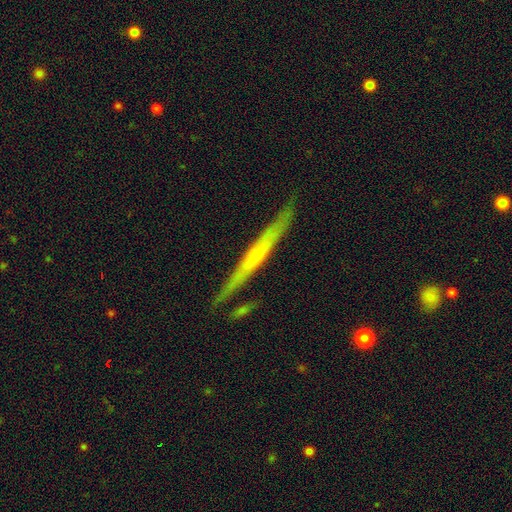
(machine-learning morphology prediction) Q: Smooth or featured?
A: featured or disk (57%); runner-up: smooth (38%)
Q: Edge-on disk?
A: yes (96%); runner-up: no (4%)
Q: Edge-on bulge?
A: none (74%); runner-up: rounded (19%)
Q: Merging?
A: none (86%); runner-up: minor disturbance (10%)